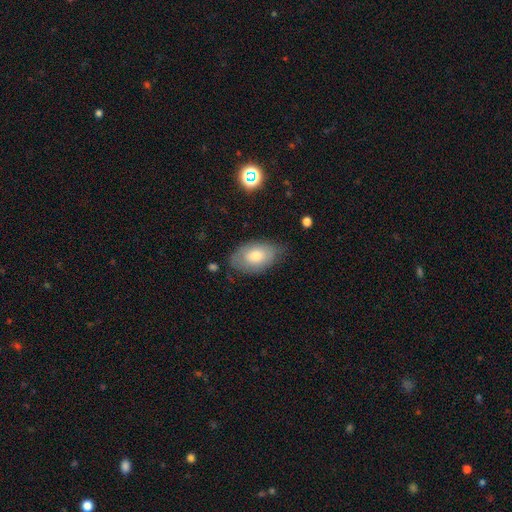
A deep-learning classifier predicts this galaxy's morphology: smooth_or_featured: smooth (p=0.67) [alt: featured or disk p=0.24]
how_rounded: in between (p=0.91) [alt: round p=0.07]
merging: none (p=0.71) [alt: minor disturbance p=0.23]